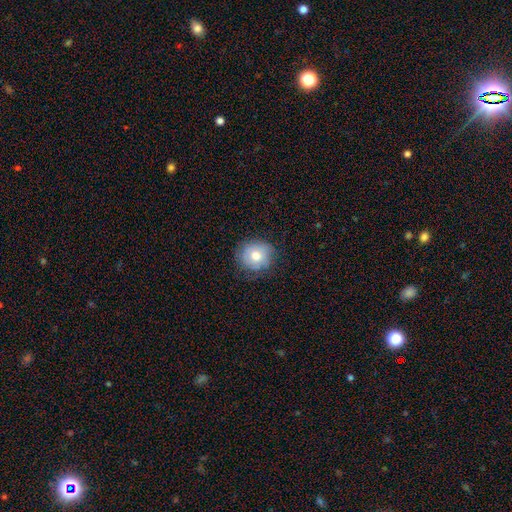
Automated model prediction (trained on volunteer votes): The model was most divided on "smooth or featured": smooth: 68%, featured or disk: 22%, star or artifact: 9%. More confident: how rounded — round (85%); merging — none (75%).